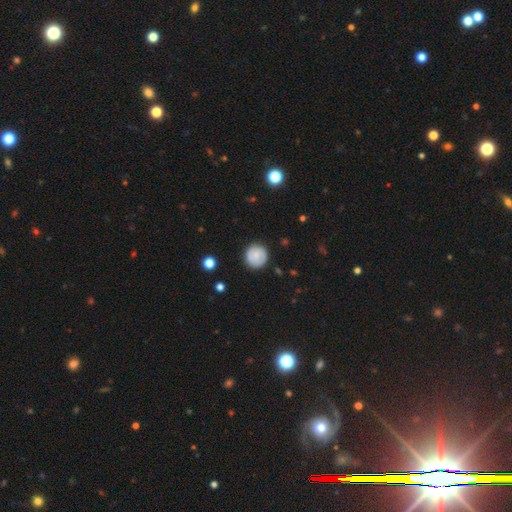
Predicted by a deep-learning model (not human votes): A smooth galaxy with no disk features (68%) that is round (93%). Merging: none (87%).